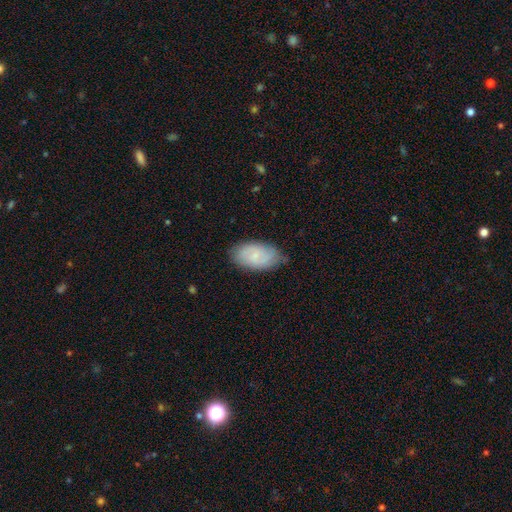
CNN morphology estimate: A smooth galaxy with no disk features (56%) that is in between round and cigar-shaped (93%). Merging: none (76%).